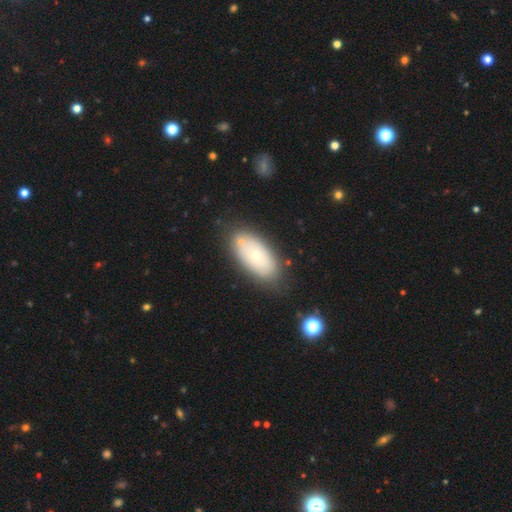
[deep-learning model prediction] Q: Smooth or featured?
A: smooth (61%); runner-up: featured or disk (32%)
Q: How rounded?
A: in between (91%); runner-up: cigar-shaped (5%)
Q: Merging?
A: none (73%); runner-up: minor disturbance (16%)